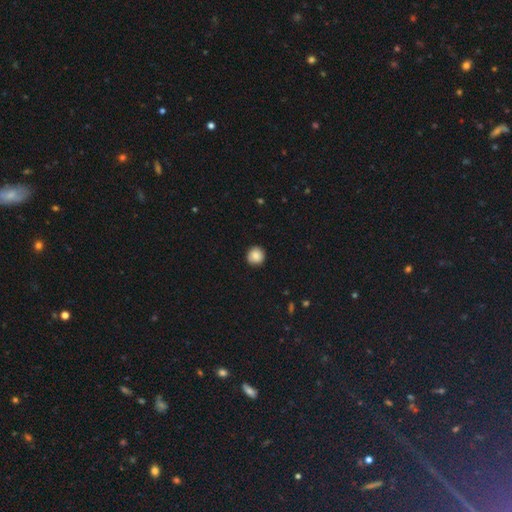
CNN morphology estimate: A smooth galaxy with no disk features (85%) that is round (94%). Merging: none (89%).